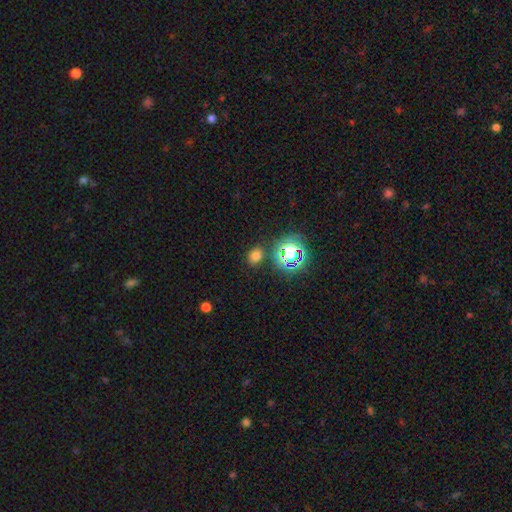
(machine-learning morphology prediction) Smooth or featured? smooth (68%)
How rounded? in between (51%)
Merging? none (83%)